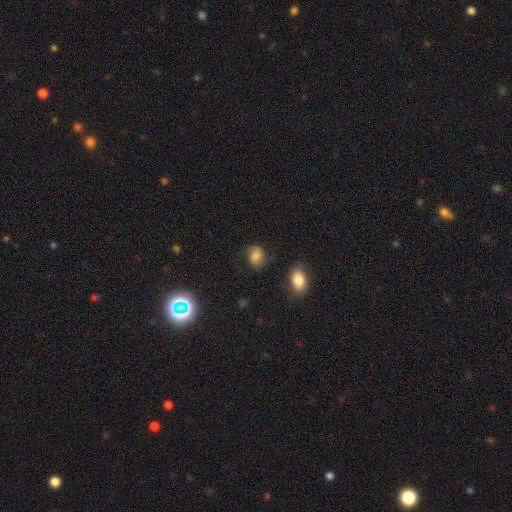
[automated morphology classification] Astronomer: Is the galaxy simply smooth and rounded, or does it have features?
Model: smooth — 45% (runner-up: featured or disk, 42%).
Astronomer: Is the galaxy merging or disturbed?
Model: none — 66%.